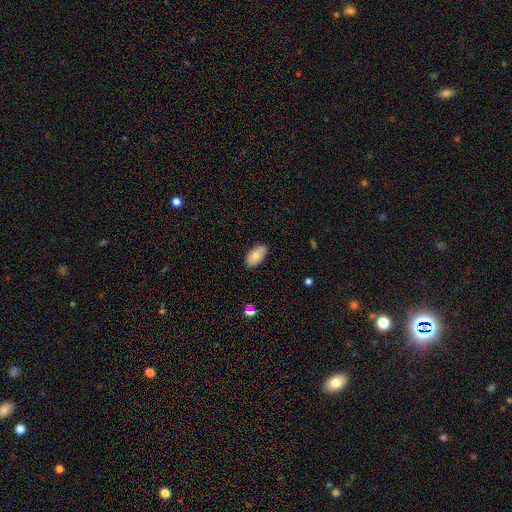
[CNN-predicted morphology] A smooth galaxy with no disk features (78%) that is in between round and cigar-shaped (94%).

Vote fractions:
- Smooth or featured? smooth: 78% / featured or disk: 15% / star or artifact: 7%
- How rounded? in between: 94% / round: 3% / cigar-shaped: 3%
- Merging? none: 84% / minor disturbance: 13% / major disturbance: 2% / merger: 1%